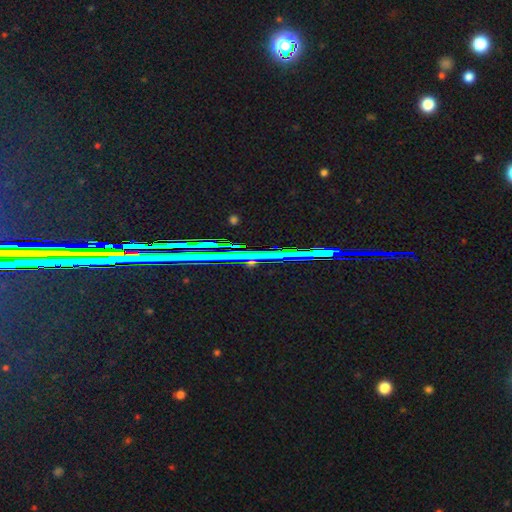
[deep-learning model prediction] A star or artifact, not a galaxy (78%).

Vote fractions:
- Smooth or featured? star or artifact: 78% / featured or disk: 13% / smooth: 9%